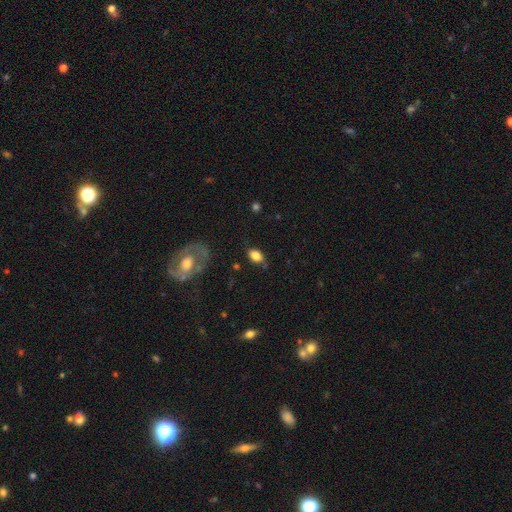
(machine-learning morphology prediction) The model was most divided on "merging": none: 75%, minor disturbance: 16%, major disturbance: 6%, merger: 3%. More confident: how rounded — in between (88%); smooth or featured — smooth (81%).